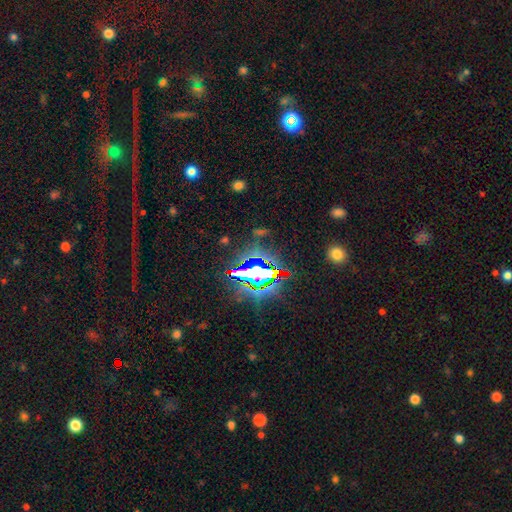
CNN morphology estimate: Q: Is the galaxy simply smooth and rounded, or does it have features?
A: star or artifact — 74%.